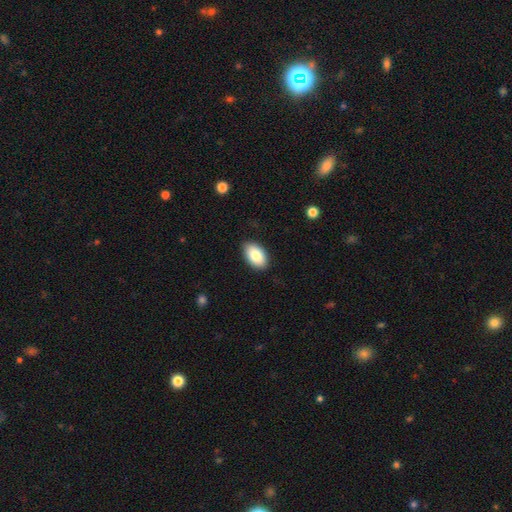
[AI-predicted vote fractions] smooth-or-featured: smooth: 83% | featured or disk: 10% | star or artifact: 7%
  how-rounded: in between: 93% | round: 5% | cigar-shaped: 1%
  merging: none: 85% | minor disturbance: 12% | major disturbance: 2% | merger: 1%